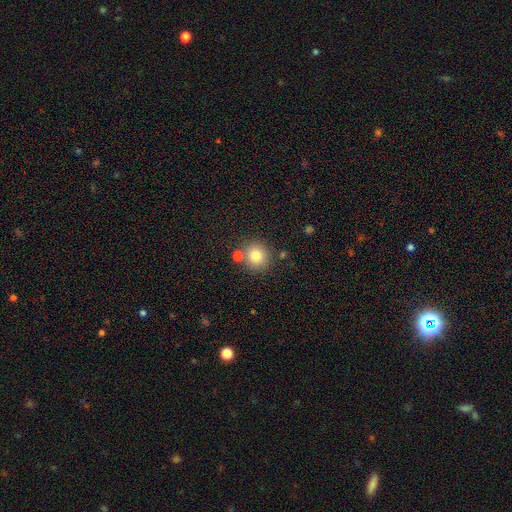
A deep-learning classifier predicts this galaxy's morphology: Smooth or featured: smooth — 80% (star or artifact — 12%)
How rounded: round — 90% (in between — 9%)
Merging: none — 76% (merger — 12%)